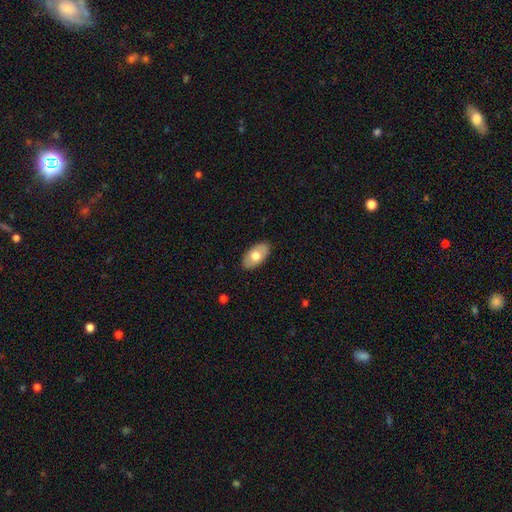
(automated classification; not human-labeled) smooth 68%, featured or disk 26%, star or artifact 6%. Down the decision tree: how rounded — in between (95%); merging — none (87%).